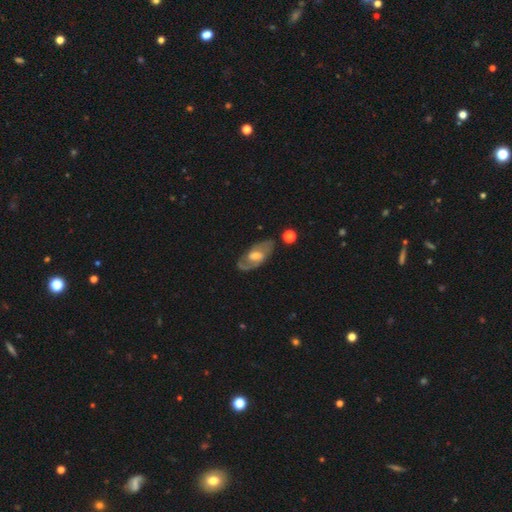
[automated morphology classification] featured or disk 79%, smooth 16%, star or artifact 6%. Down the decision tree: edge-on disk — no (93%); bar — weak (51%); spiral arms — yes (87%); spiral arm count — 2 (75%); spiral winding — medium (50%); bulge size — moderate (56%); merging — none (72%).